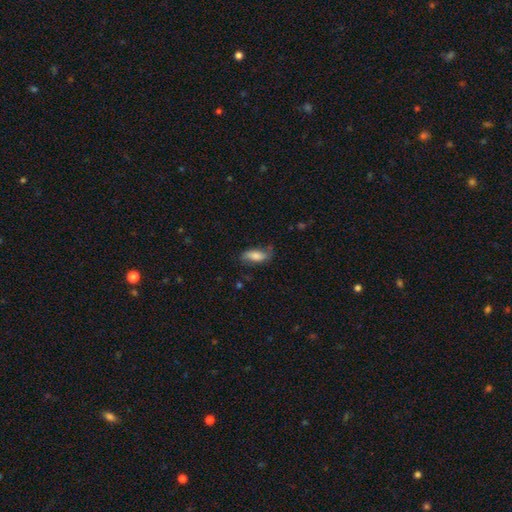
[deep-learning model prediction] Morphology: type=smooth (71%); roundness=in between (79%); merging=none (63%).